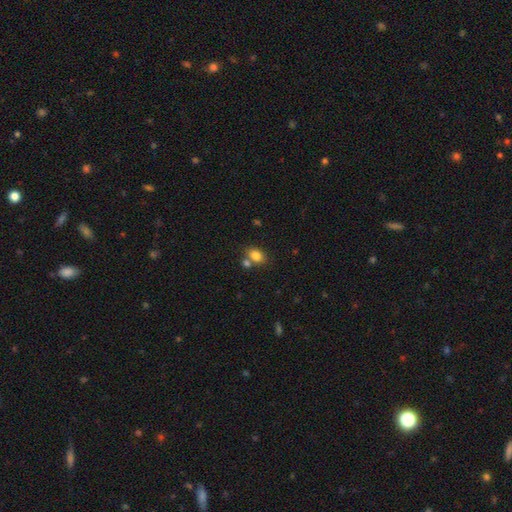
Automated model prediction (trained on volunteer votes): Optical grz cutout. It shows a smooth galaxy with no disk features (82%) that is in between round and cigar-shaped (67%). Merging: none (57%).